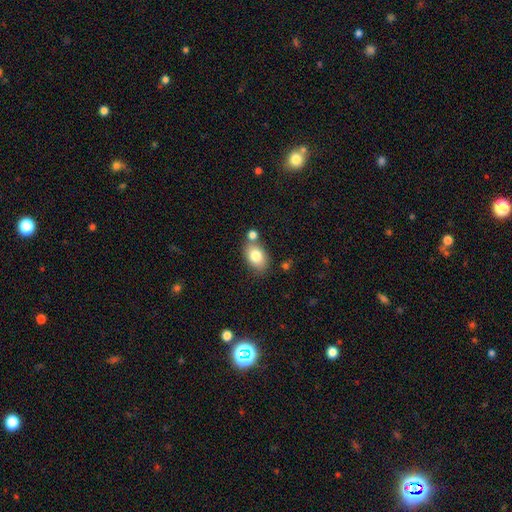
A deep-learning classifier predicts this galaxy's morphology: The model was most divided on "merging": none: 63%, merger: 18%, minor disturbance: 14%, major disturbance: 4%. More confident: how rounded — in between (82%); smooth or featured — smooth (80%).